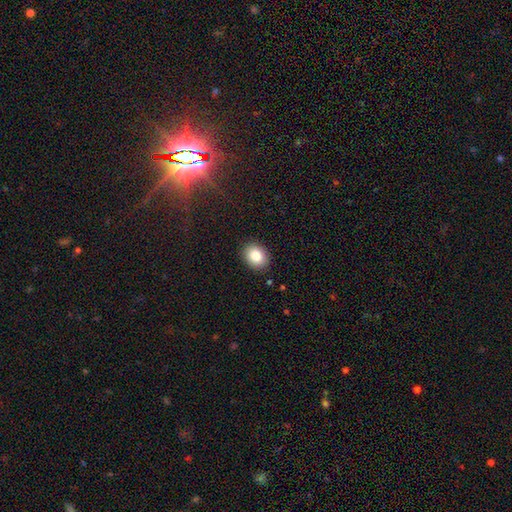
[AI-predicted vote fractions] Q: Smooth or featured?
A: smooth (86%); runner-up: star or artifact (8%)
Q: How rounded?
A: in between (59%); runner-up: round (41%)
Q: Merging?
A: none (89%); runner-up: minor disturbance (8%)